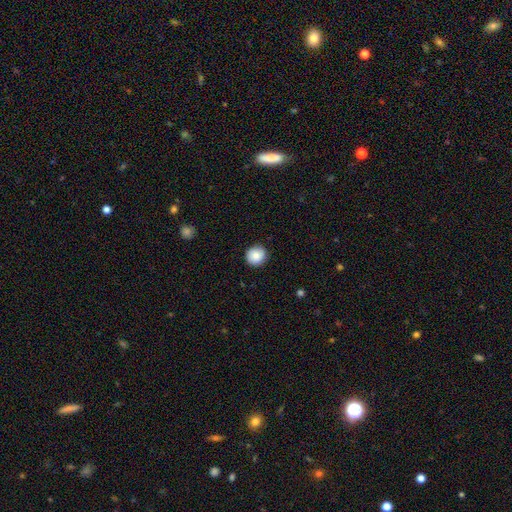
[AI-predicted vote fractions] smooth 85%, star or artifact 8%, featured or disk 7%. Down the decision tree: how rounded — round (91%); merging — none (87%).